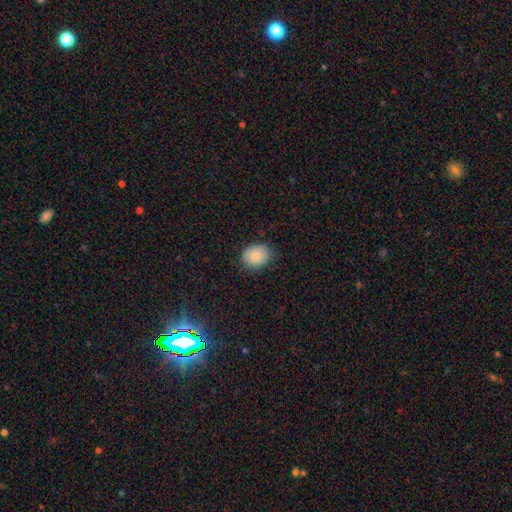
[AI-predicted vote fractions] smooth 87%, star or artifact 8%, featured or disk 5%. Down the decision tree: how rounded — round (57%); merging — none (83%).